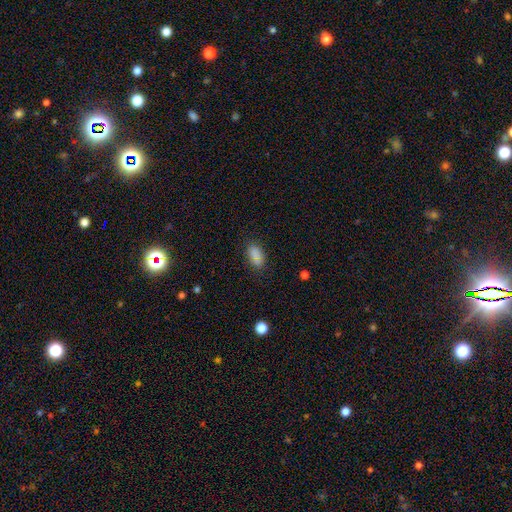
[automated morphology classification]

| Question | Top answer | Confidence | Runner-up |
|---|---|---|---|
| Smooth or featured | smooth | 76% | star or artifact (16%) |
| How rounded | in between | 86% | round (11%) |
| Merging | none | 73% | minor disturbance (16%) |